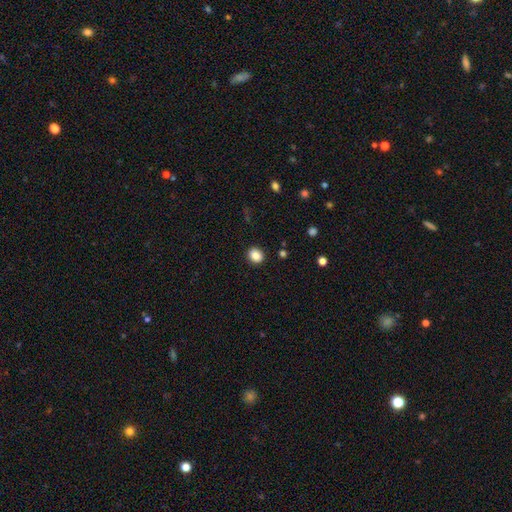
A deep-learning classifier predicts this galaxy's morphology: A smooth galaxy with no disk features (86%) that is round (69%).

Vote fractions:
- Smooth or featured? smooth: 86% / star or artifact: 10% / featured or disk: 4%
- How rounded? round: 69% / in between: 30% / cigar-shaped: 1%
- Merging? none: 90% / minor disturbance: 6% / major disturbance: 2% / merger: 1%